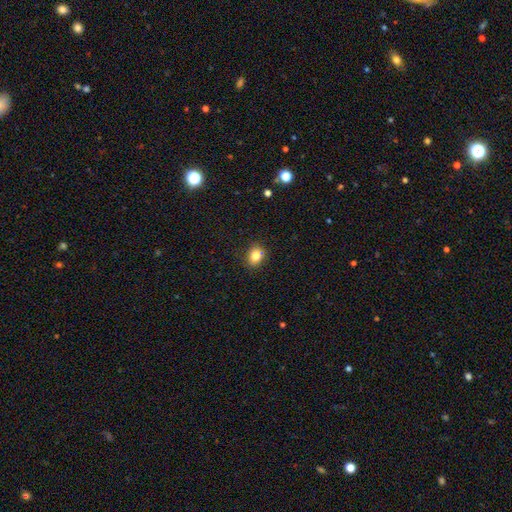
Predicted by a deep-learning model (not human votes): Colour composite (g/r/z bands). It shows a smooth galaxy with no disk features (82%) that is in between round and cigar-shaped (53%). Merging: none (84%).